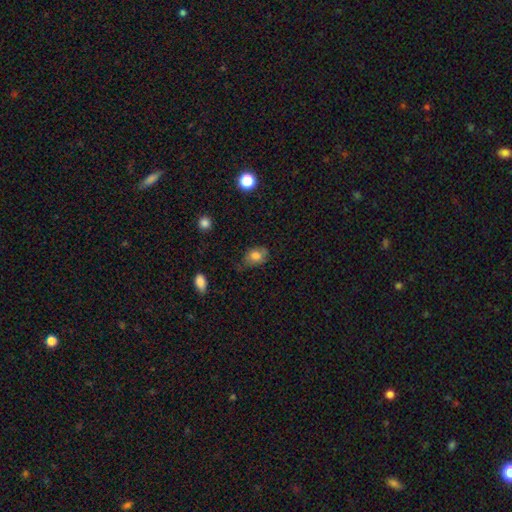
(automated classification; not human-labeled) smooth 77%, featured or disk 13%, star or artifact 10%. Down the decision tree: how rounded — in between (69%); merging — none (57%).